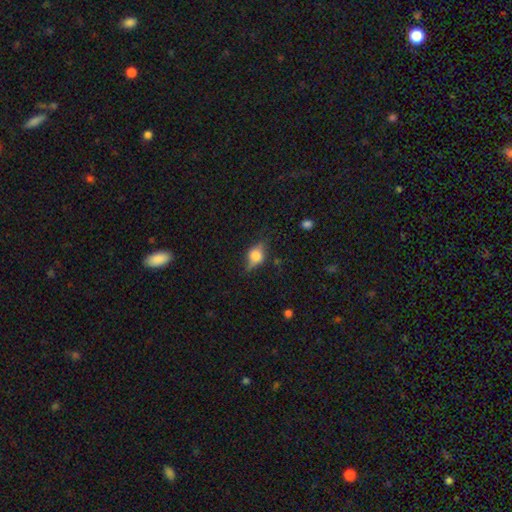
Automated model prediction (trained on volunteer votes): Smooth or featured?
  - smooth: 45% *
  - featured or disk: 44%
  - star or artifact: 11%
Merging?
  - none: 69% *
  - minor disturbance: 22%
  - major disturbance: 7%
  - merger: 2%